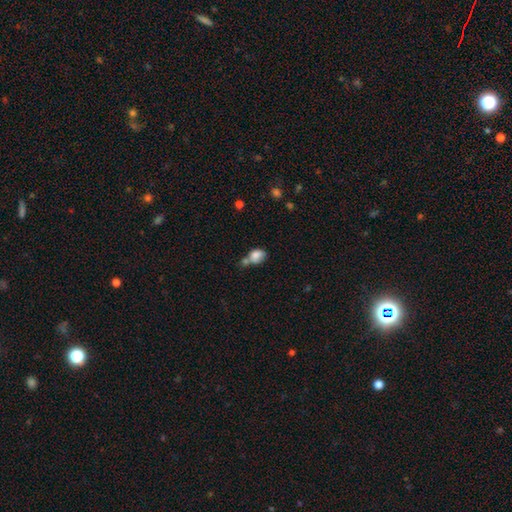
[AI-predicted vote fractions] A smooth galaxy with no disk features (79%) that is in between round and cigar-shaped (66%).

Vote fractions:
- Smooth or featured? smooth: 79% / featured or disk: 12% / star or artifact: 9%
- How rounded? in between: 66% / round: 32% / cigar-shaped: 1%
- Merging? merger: 42% / none: 32% / minor disturbance: 18% / major disturbance: 8%